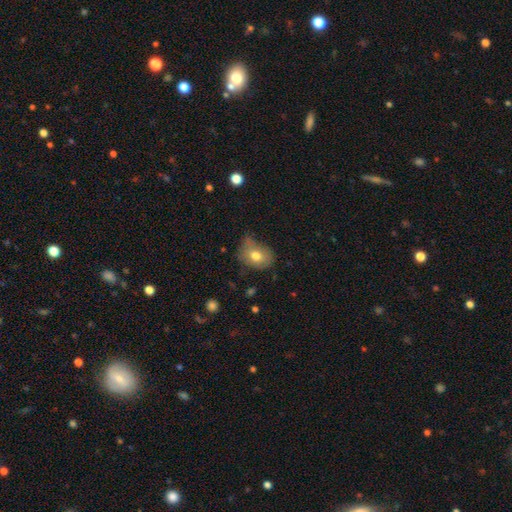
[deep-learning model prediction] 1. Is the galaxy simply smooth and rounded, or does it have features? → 73% smooth, 18% featured or disk, 9% star or artifact.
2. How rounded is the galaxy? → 66% in between, 33% round, 1% cigar-shaped.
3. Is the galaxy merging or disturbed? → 44% none, 38% minor disturbance, 14% major disturbance, 4% merger.